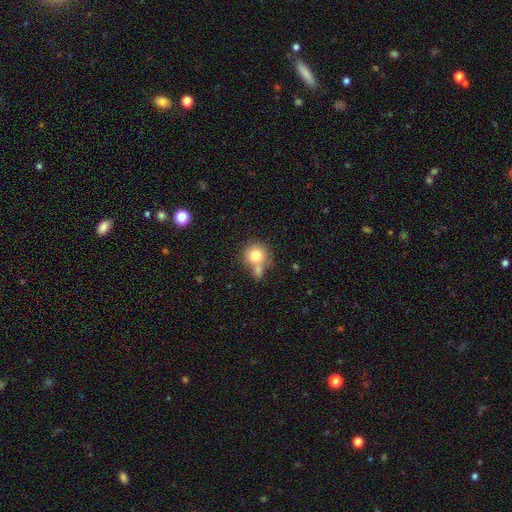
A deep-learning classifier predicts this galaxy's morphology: type=smooth (78%); roundness=round (87%); merging=none (46%).